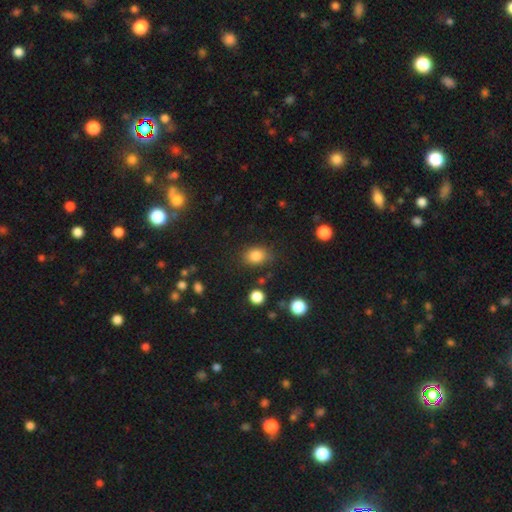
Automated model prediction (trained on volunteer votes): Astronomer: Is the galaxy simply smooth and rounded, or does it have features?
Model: smooth — 84%.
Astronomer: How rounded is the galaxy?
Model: in between — 63%.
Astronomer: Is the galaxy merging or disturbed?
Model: none — 78%.